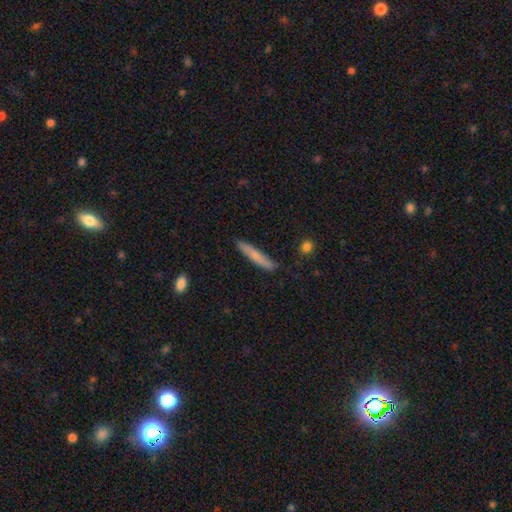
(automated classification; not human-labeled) Morphology: type=smooth (74%); roundness=cigar-shaped (94%); merging=none (87%).